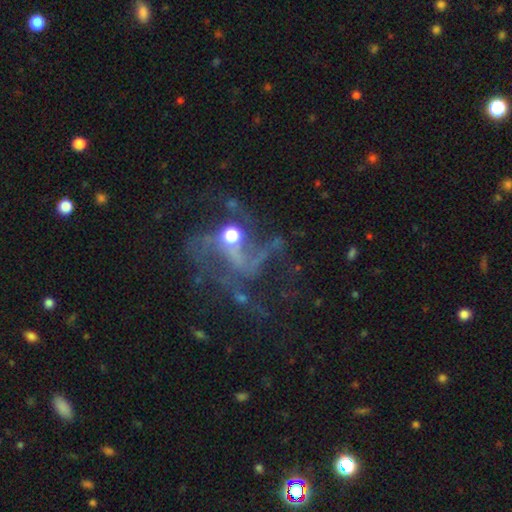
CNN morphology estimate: Smooth or featured?
  - featured or disk: 76% *
  - star or artifact: 16%
  - smooth: 8%
Edge-on disk?
  - no: 97% *
  - yes: 3%
Bar?
  - no: 56% *
  - weak: 33%
  - strong: 11%
Spiral arms?
  - yes: 78% *
  - no: 22%
Spiral winding?
  - loose: 58% *
  - medium: 32%
  - tight: 9%
Spiral arm count?
  - 2: 35% *
  - can't tell: 23%
  - 3: 18%
  - 1: 10%
  - 4: 8%
  - more than 4: 6%
Bulge size?
  - moderate: 50% *
  - small: 34%
  - none: 8%
  - large: 6%
  - dominant: 2%
Merging?
  - none: 40% *
  - major disturbance: 39%
  - minor disturbance: 14%
  - merger: 7%